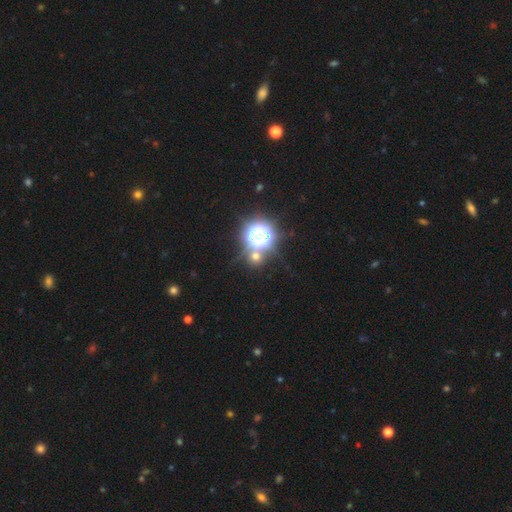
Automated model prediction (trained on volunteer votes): This appears to be a star or artifact, not a galaxy (48%).